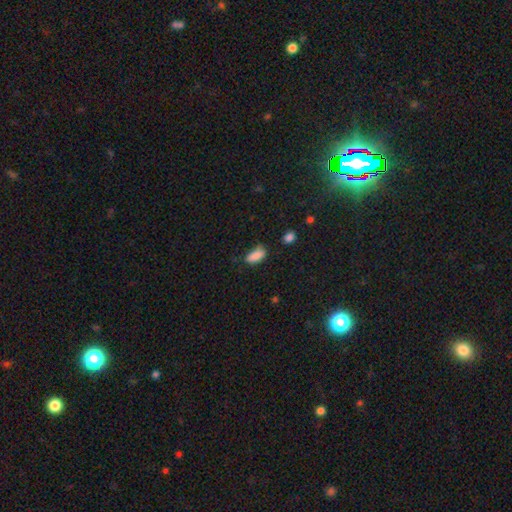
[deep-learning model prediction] smooth_or_featured: smooth (p=0.87) [alt: star or artifact p=0.08]
how_rounded: in between (p=0.80) [alt: cigar-shaped p=0.17]
merging: none (p=0.63) [alt: minor disturbance p=0.27]